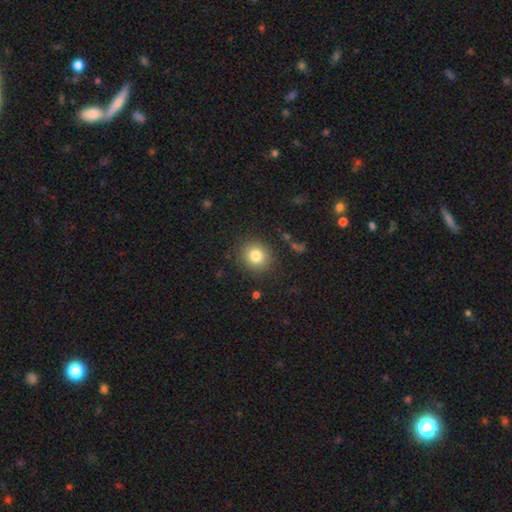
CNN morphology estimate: smooth_or_featured: smooth (p=0.81) [alt: star or artifact p=0.11]
how_rounded: round (p=0.87) [alt: in between p=0.12]
merging: none (p=0.88) [alt: minor disturbance p=0.07]